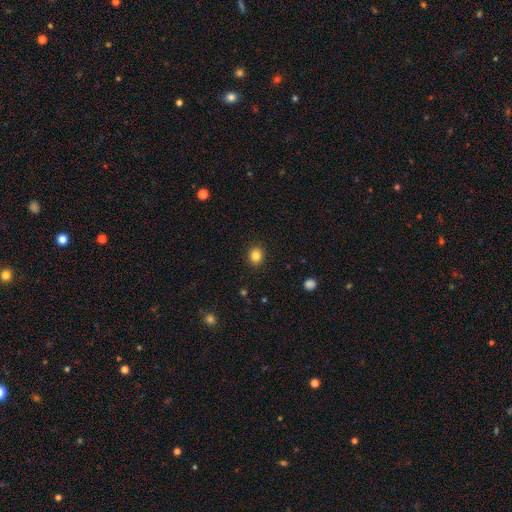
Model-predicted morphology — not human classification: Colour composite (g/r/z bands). It shows a smooth galaxy with no disk features (83%) that is round (72%). Merging: none (90%).